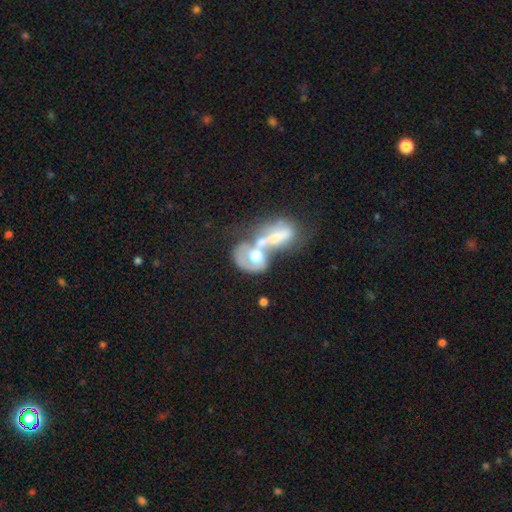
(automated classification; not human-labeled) The model was most divided on "smooth or featured": featured or disk: 49%, smooth: 43%, star or artifact: 8%. More confident: merging — merger (74%).